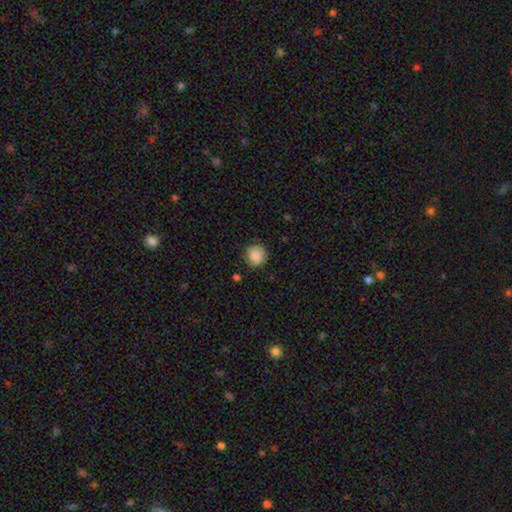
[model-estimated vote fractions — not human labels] A smooth galaxy with no disk features (87%) that is round (86%).

Vote fractions:
- Smooth or featured? smooth: 87% / star or artifact: 8% / featured or disk: 5%
- How rounded? round: 86% / in between: 13% / cigar-shaped: 1%
- Merging? none: 80% / minor disturbance: 15% / major disturbance: 4% / merger: 1%